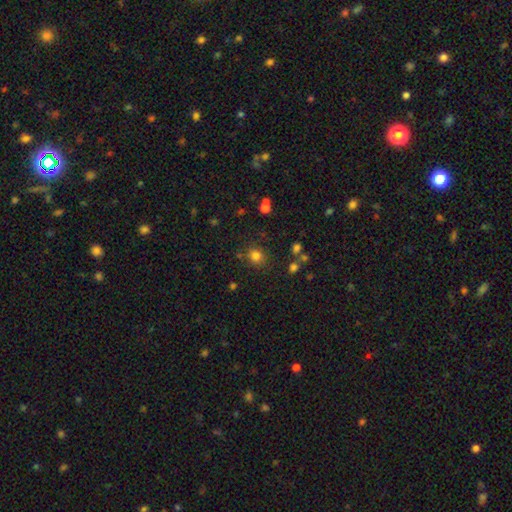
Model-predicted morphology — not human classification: The model was most divided on "how rounded": round: 80%, in between: 19%, cigar-shaped: 1%. More confident: merging — none (79%); smooth or featured — smooth (79%).